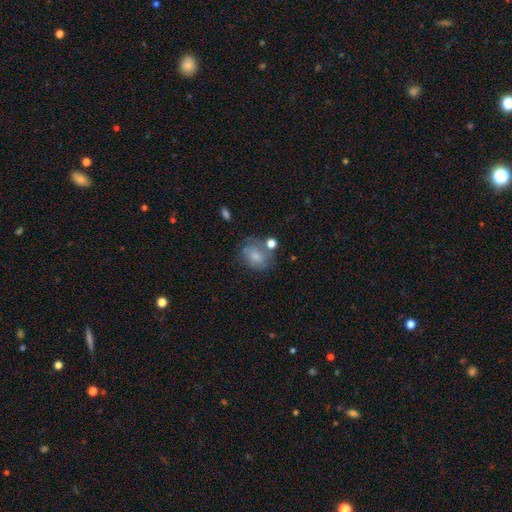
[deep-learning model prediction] Smooth or featured?
  - smooth: 67% *
  - featured or disk: 23%
  - star or artifact: 10%
How rounded?
  - in between: 54% *
  - round: 45%
  - cigar-shaped: 1%
Merging?
  - none: 46% *
  - minor disturbance: 25%
  - major disturbance: 15%
  - merger: 14%